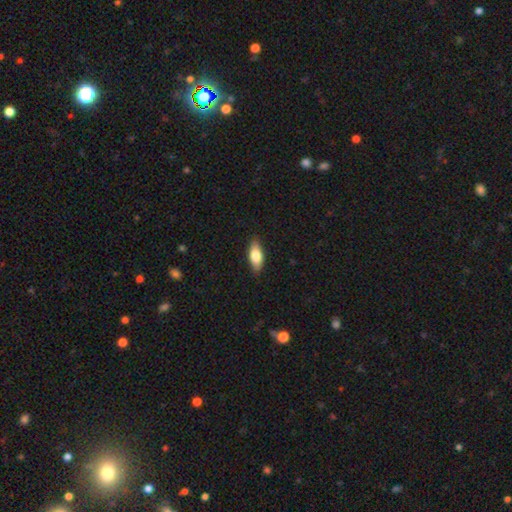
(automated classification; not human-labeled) This appears to be a smooth galaxy with no disk features (75%) that is in between round and cigar-shaped (80%). Merging: none (87%).